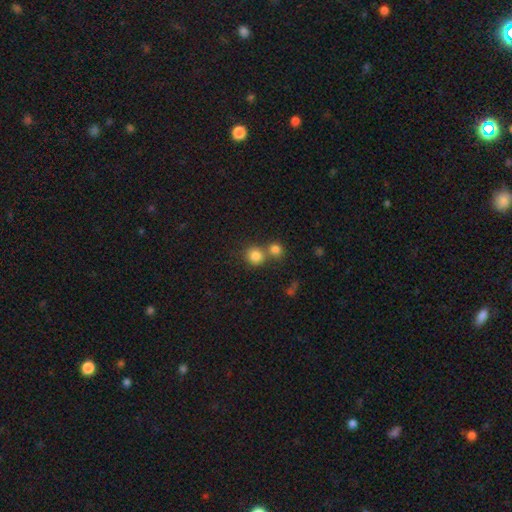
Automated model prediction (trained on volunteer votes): A smooth galaxy with no disk features (82%) that is round (90%).

Vote fractions:
- Smooth or featured? smooth: 82% / star or artifact: 12% / featured or disk: 6%
- How rounded? round: 90% / in between: 9% / cigar-shaped: 1%
- Merging? none: 55% / merger: 35% / minor disturbance: 7% / major disturbance: 3%